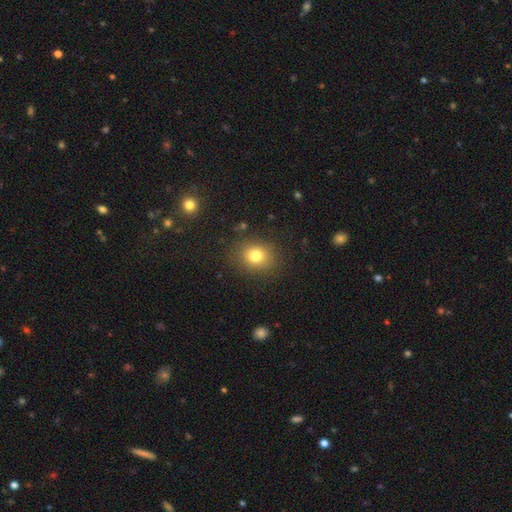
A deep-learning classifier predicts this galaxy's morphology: The model was most divided on "how rounded": round: 67%, in between: 32%, cigar-shaped: 1%. More confident: merging — none (85%); smooth or featured — smooth (78%).